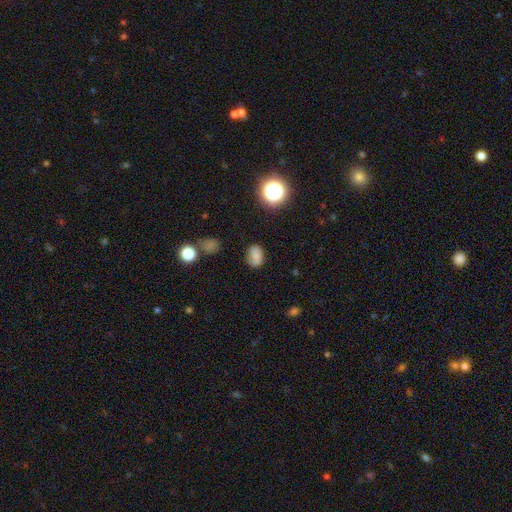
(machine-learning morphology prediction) Smooth or featured? smooth (70%)
How rounded? in between (73%)
Merging? none (74%)